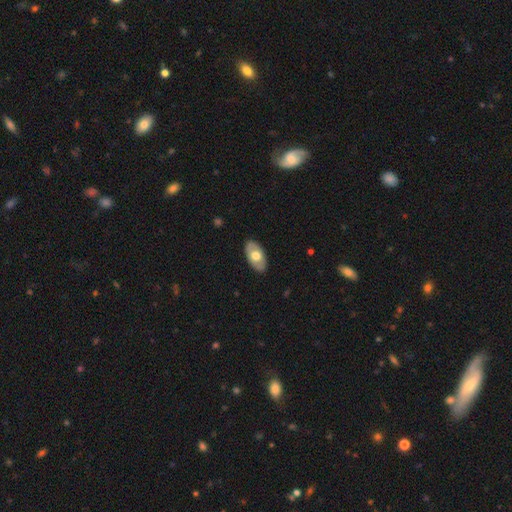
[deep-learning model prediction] Smooth or featured?
  - smooth: 55% *
  - featured or disk: 40%
  - star or artifact: 5%
How rounded?
  - in between: 93% *
  - round: 5%
  - cigar-shaped: 2%
Merging?
  - none: 87% *
  - minor disturbance: 10%
  - major disturbance: 2%
  - merger: 1%